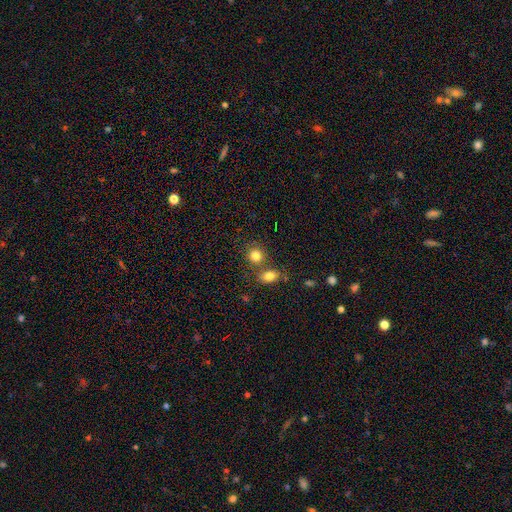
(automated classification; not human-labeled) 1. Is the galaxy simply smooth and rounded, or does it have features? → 82% smooth, 11% star or artifact, 7% featured or disk.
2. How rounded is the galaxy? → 77% round, 22% in between, 1% cigar-shaped.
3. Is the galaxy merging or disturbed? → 60% none, 28% merger, 9% minor disturbance, 3% major disturbance.